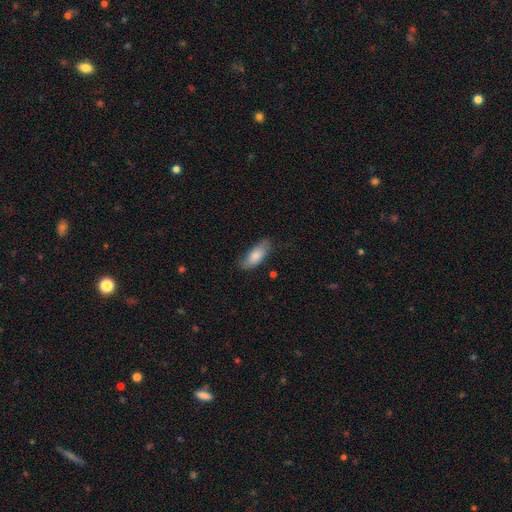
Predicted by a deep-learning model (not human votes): Overall: smooth (82%). How rounded: in between (77%). Merging: none (71%).